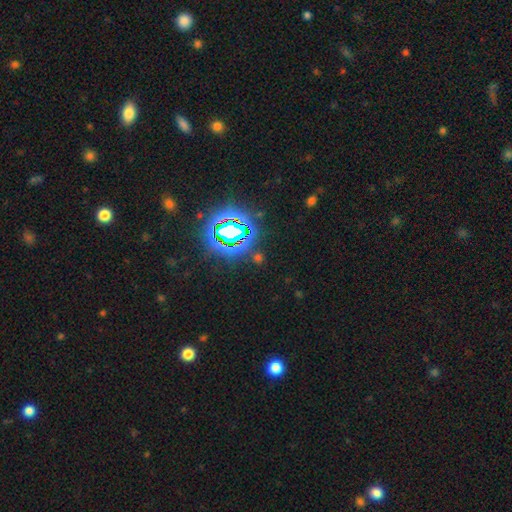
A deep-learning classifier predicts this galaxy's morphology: This appears to be a star or artifact, not a galaxy (78%).